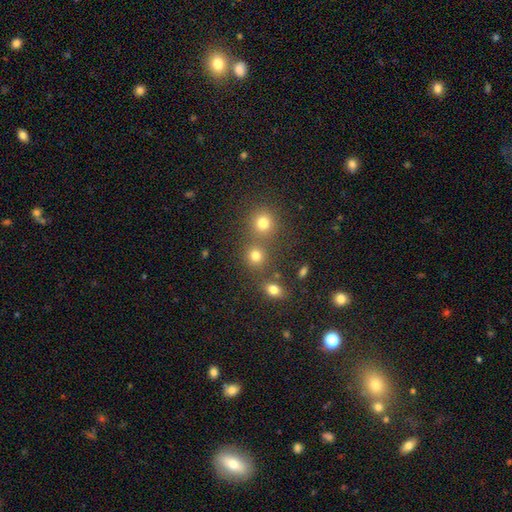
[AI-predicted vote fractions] Smooth or featured: smooth — 79% (star or artifact — 15%)
How rounded: round — 84% (in between — 15%)
Merging: none — 63% (merger — 26%)